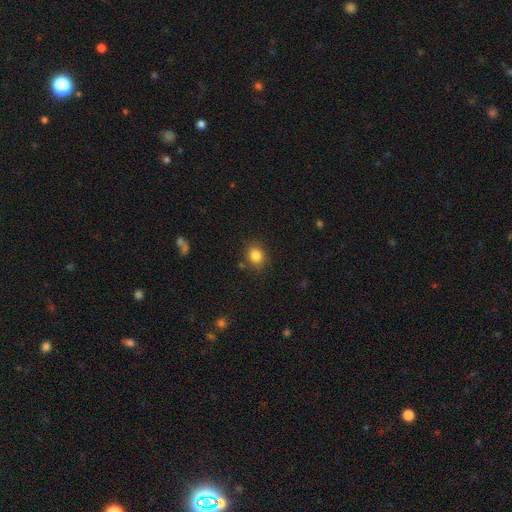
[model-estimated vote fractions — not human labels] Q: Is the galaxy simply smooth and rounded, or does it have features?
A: smooth — 84%.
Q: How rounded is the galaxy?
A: round — 65%.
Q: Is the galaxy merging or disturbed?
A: none — 82%.